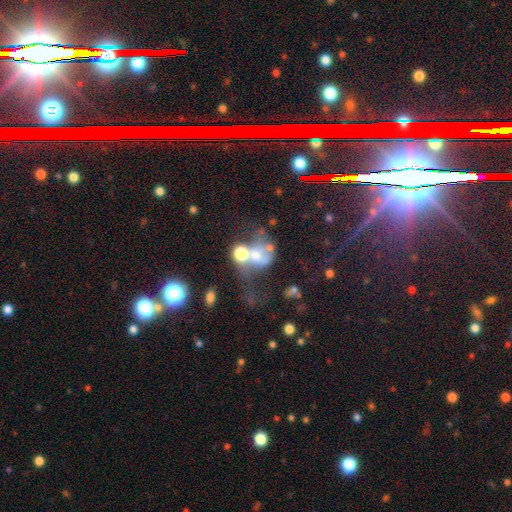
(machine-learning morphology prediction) Q: Smooth or featured?
A: smooth (45%); runner-up: featured or disk (38%)
Q: Merging?
A: merger (52%); runner-up: major disturbance (23%)